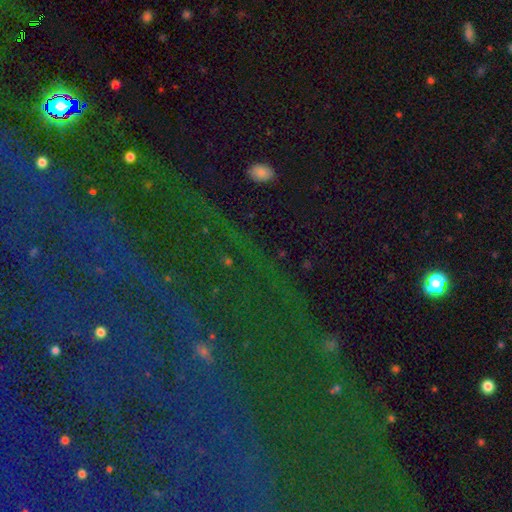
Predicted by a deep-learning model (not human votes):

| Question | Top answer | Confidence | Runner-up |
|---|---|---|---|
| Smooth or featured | star or artifact | 80% | featured or disk (10%) |